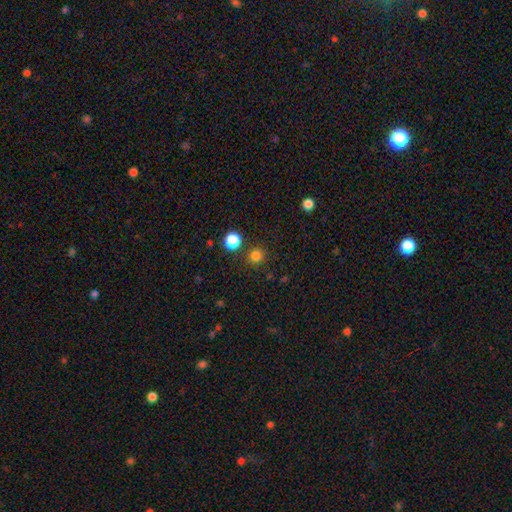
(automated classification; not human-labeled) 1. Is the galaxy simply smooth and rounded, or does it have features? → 80% smooth, 16% star or artifact, 4% featured or disk.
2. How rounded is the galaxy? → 92% round, 7% in between, 1% cigar-shaped.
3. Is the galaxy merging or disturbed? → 84% none, 7% merger, 7% minor disturbance, 3% major disturbance.